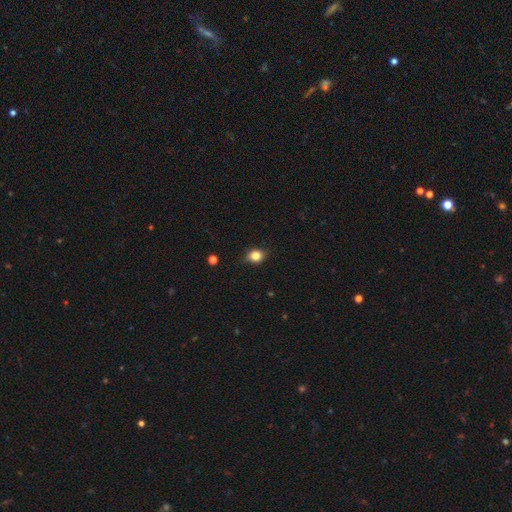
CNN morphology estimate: Smooth or featured?
  - smooth: 82% *
  - star or artifact: 11%
  - featured or disk: 7%
How rounded?
  - round: 57% *
  - in between: 42%
  - cigar-shaped: 1%
Merging?
  - none: 80% *
  - minor disturbance: 16%
  - major disturbance: 3%
  - merger: 1%